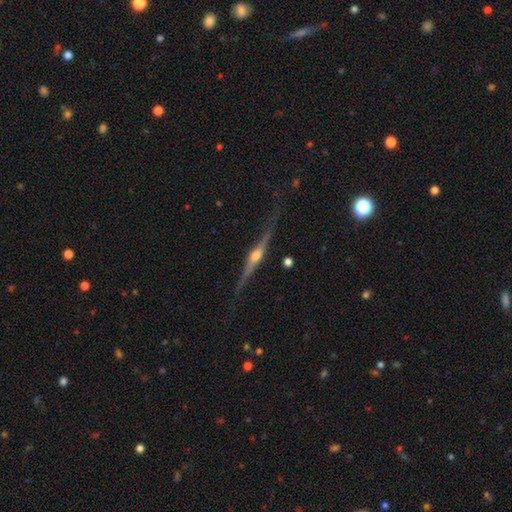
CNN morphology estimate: Smooth or featured? Predicted: featured or disk (p=0.84). Edge-on disk? Predicted: yes (p=0.98). Edge-on bulge? Predicted: rounded (p=0.90). Merging? Predicted: none (p=0.81).